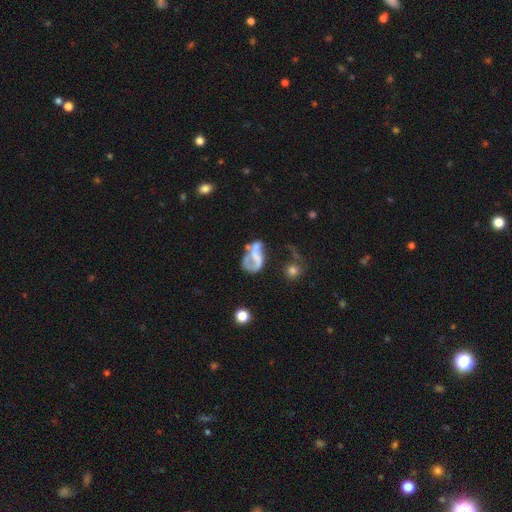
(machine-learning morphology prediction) The model was most divided on "merging": major disturbance: 39%, none: 24%, merger: 19%, minor disturbance: 18%. More confident: edge-on disk — no (97%); smooth or featured — featured or disk (64%); bulge size — none (63%); spiral arms — yes (59%); bar — no (57%).